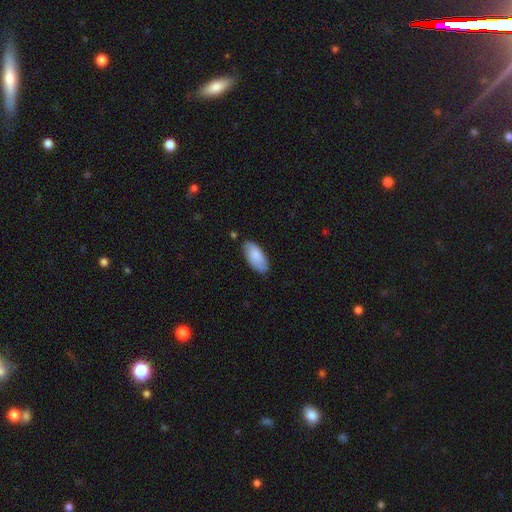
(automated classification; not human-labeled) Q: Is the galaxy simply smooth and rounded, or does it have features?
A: smooth — 84%.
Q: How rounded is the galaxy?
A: in between — 91%.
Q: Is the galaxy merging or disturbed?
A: none — 80%.